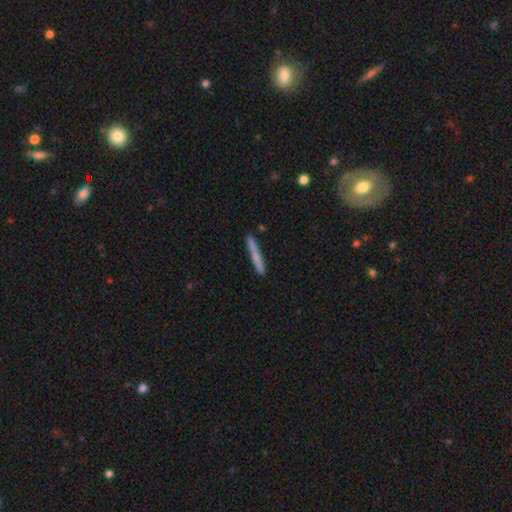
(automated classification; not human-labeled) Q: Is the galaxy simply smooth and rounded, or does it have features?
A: smooth — 66%.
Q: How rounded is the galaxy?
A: cigar-shaped — 96%.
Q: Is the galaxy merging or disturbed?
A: none — 88%.